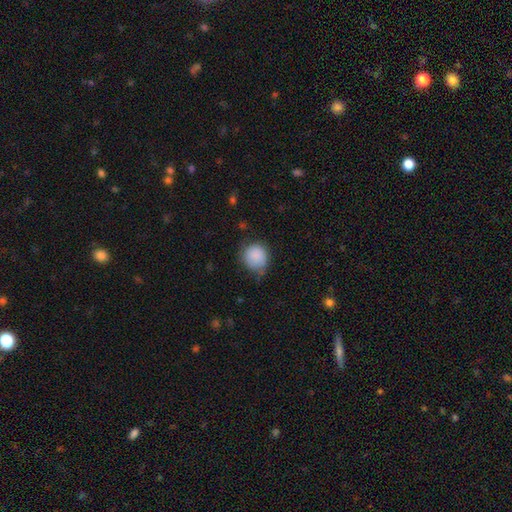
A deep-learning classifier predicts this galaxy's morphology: Q: Smooth or featured?
A: smooth (86%); runner-up: star or artifact (8%)
Q: How rounded?
A: round (85%); runner-up: in between (14%)
Q: Merging?
A: none (56%); runner-up: minor disturbance (34%)